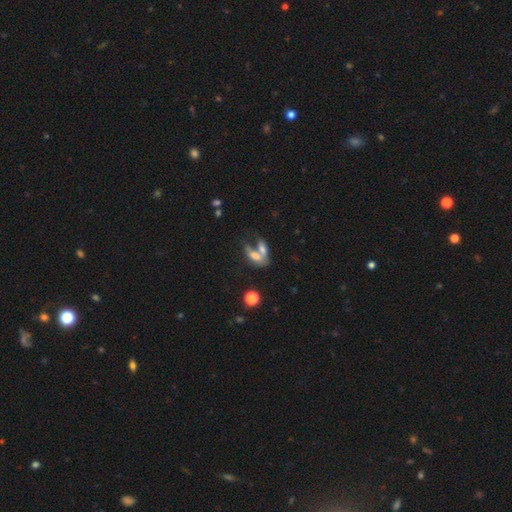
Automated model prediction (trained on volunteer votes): smooth-or-featured: smooth: 60% | featured or disk: 29% | star or artifact: 11%
  how-rounded: in between: 72% | cigar-shaped: 20% | round: 8%
  merging: merger: 60% | none: 22% | major disturbance: 9% | minor disturbance: 8%